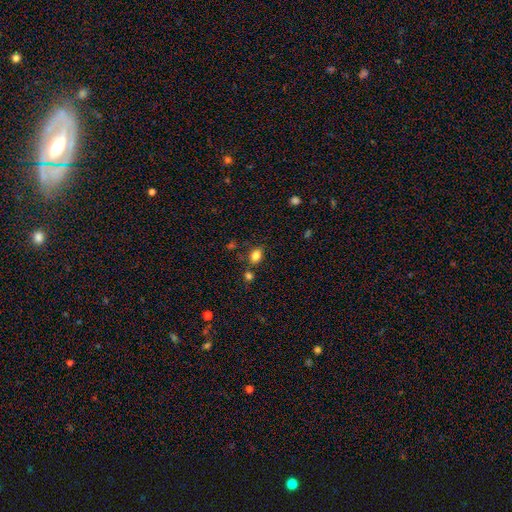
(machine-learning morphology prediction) The model was most divided on "how rounded": in between: 74%, round: 25%, cigar-shaped: 1%. More confident: smooth or featured — smooth (83%); merging — none (76%).